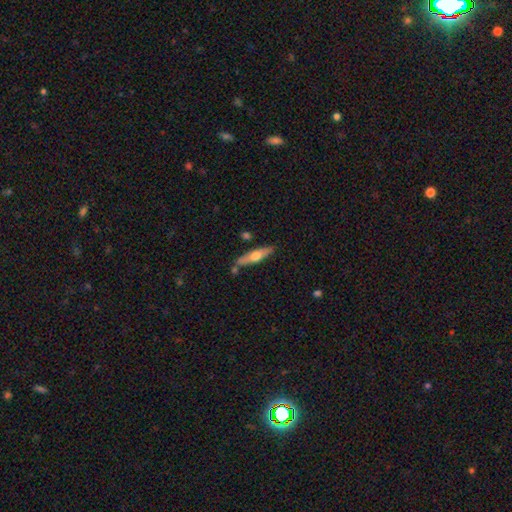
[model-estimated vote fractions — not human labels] smooth-or-featured: smooth: 48% | featured or disk: 46% | star or artifact: 6%
  merging: none: 75% | minor disturbance: 14% | merger: 8% | major disturbance: 3%